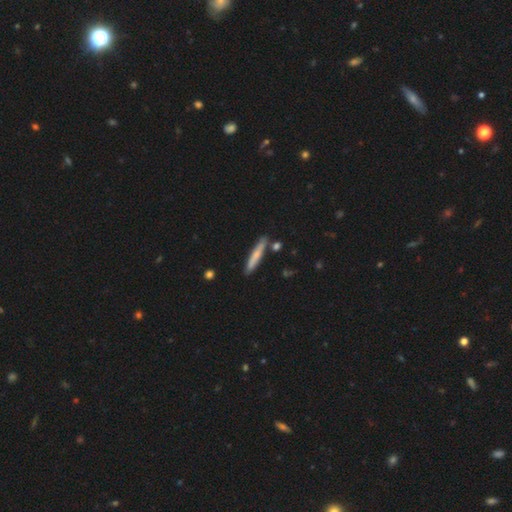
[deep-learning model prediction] This appears to be a smooth galaxy with no disk features (68%) that is cigar-shaped (93%). Merging: none (82%).